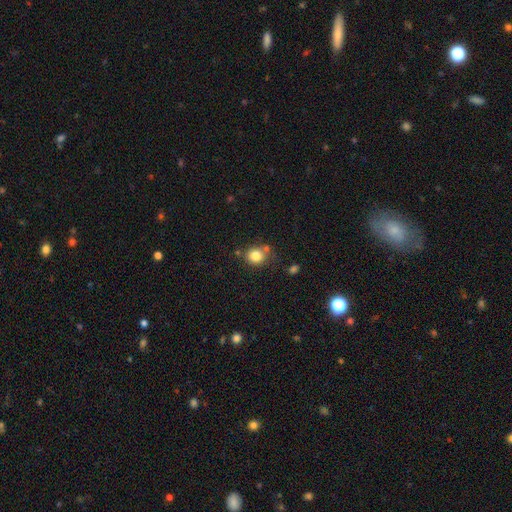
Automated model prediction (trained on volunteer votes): This is clearly a smooth galaxy (81%). How rounded: clearly round (80%). Merging: likely none (68%).